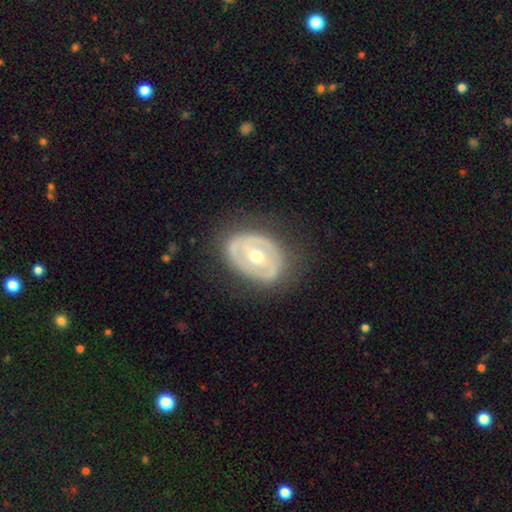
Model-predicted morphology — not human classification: This is likely a featured or disk galaxy (71%). It is clearly not viewed edge-on (94%). Bar: possibly no (51%). Spiral arm pattern: likely no (66%). Central bulge: likely moderate (64%). Merging: likely none (72%).